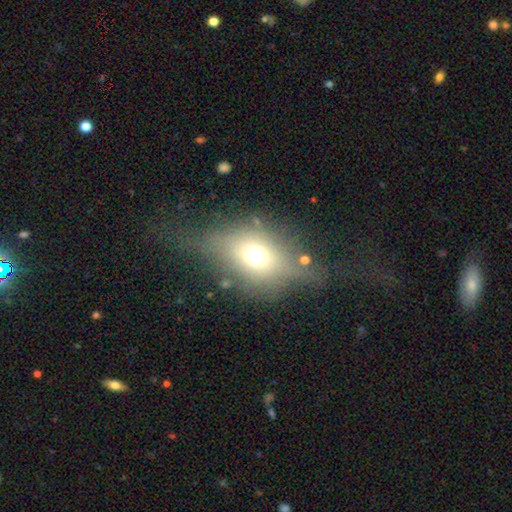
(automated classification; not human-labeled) Smooth or featured? smooth (54%)
How rounded? in between (52%)
Merging? none (63%)